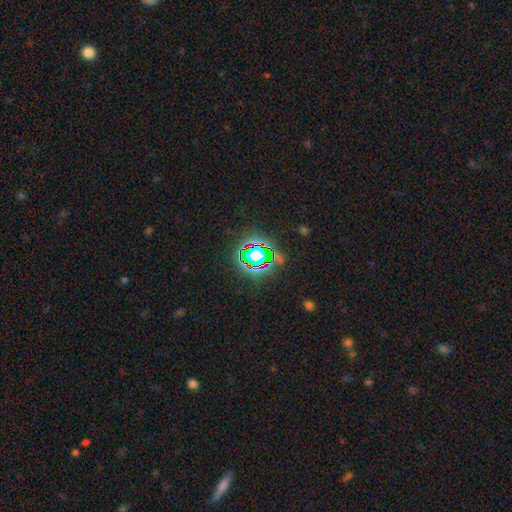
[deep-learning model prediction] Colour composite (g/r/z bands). It shows a star or artifact, not a galaxy (70%).